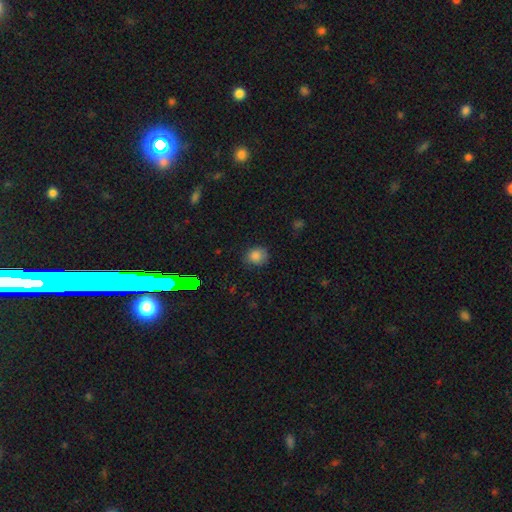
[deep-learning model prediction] Smooth or featured?
  - smooth: 83% *
  - star or artifact: 12%
  - featured or disk: 5%
How rounded?
  - round: 70% *
  - in between: 29%
  - cigar-shaped: 1%
Merging?
  - none: 75% *
  - minor disturbance: 19%
  - major disturbance: 4%
  - merger: 1%